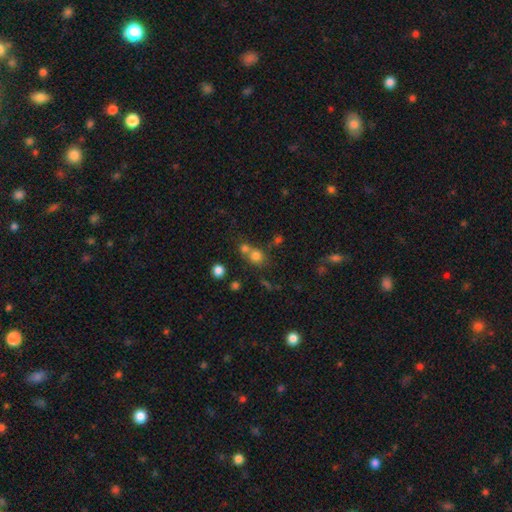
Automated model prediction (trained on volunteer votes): smooth_or_featured: smooth (p=0.74) [alt: star or artifact p=0.16]
how_rounded: round (p=0.81) [alt: in between p=0.18]
merging: none (p=0.47) [alt: merger p=0.42]